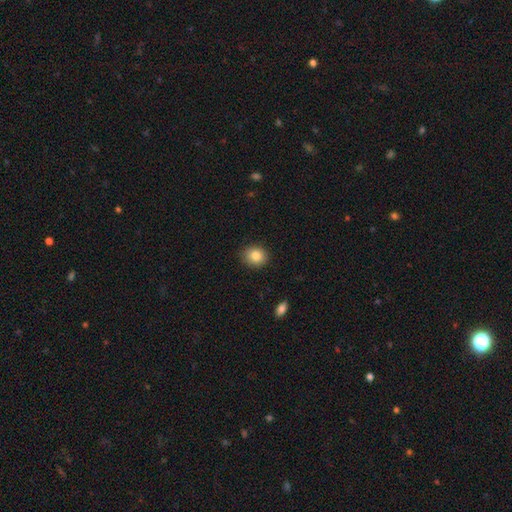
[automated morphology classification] smooth 83%, star or artifact 10%, featured or disk 7%. Down the decision tree: how rounded — round (68%); merging — none (88%).